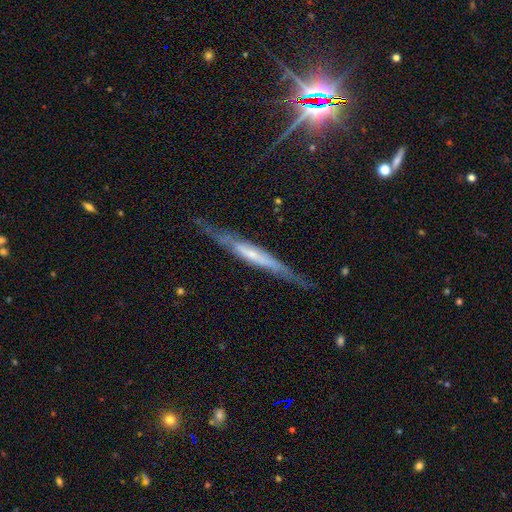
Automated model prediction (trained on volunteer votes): smooth_or_featured: featured or disk (p=0.71) [alt: smooth p=0.19]
disk_edge_on: yes (p=0.84) [alt: no p=0.16]
edge_on_bulge: none (p=0.53) [alt: rounded p=0.29]
merging: none (p=0.75) [alt: minor disturbance p=0.18]